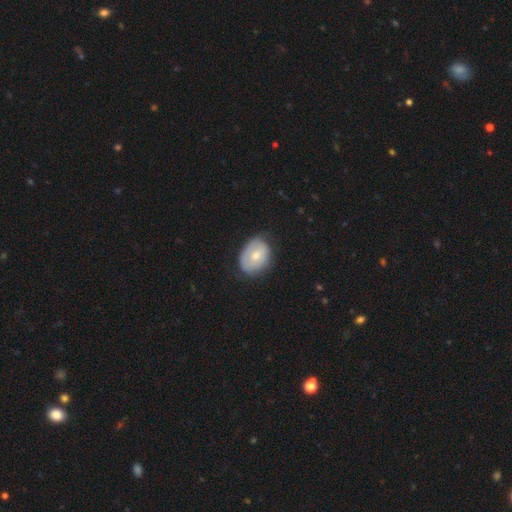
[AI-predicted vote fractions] A smooth galaxy with no disk features (65%) that is in between round and cigar-shaped (68%).

Vote fractions:
- Smooth or featured? smooth: 65% / featured or disk: 29% / star or artifact: 6%
- How rounded? in between: 68% / round: 31% / cigar-shaped: 1%
- Merging? none: 68% / minor disturbance: 25% / major disturbance: 6% / merger: 1%